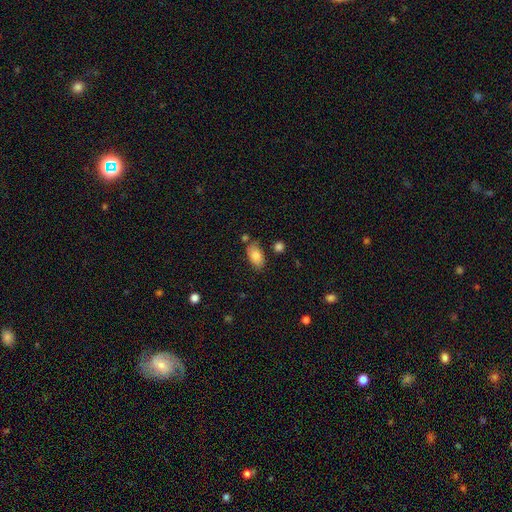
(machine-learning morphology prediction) Smooth or featured?
  - smooth: 82% *
  - featured or disk: 11%
  - star or artifact: 7%
How rounded?
  - in between: 91% *
  - round: 6%
  - cigar-shaped: 2%
Merging?
  - none: 72% *
  - minor disturbance: 17%
  - merger: 7%
  - major disturbance: 4%